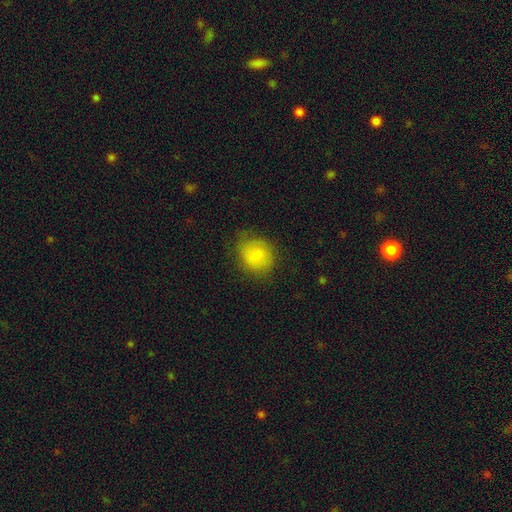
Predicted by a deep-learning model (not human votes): Smooth or featured? smooth (78%)
How rounded? round (78%)
Merging? none (71%)